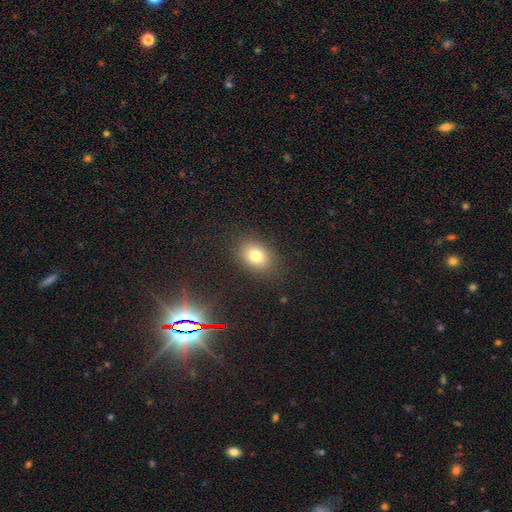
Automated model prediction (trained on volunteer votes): Overall: smooth (79%). How rounded: in between (68%; round 31%). Merging: none (86%).